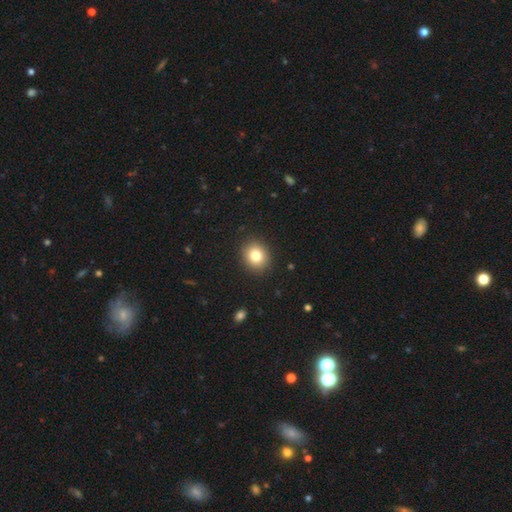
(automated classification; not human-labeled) Smooth or featured? Predicted: smooth (p=0.80). How rounded? Predicted: round (p=0.73). Merging? Predicted: none (p=0.90).